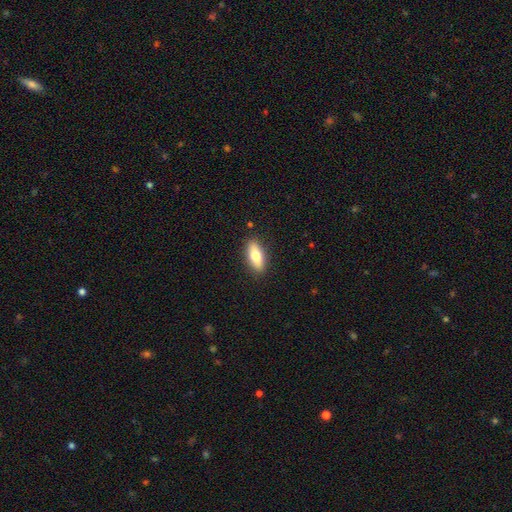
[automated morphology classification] type=smooth (70%); roundness=in between (72%); merging=none (88%).